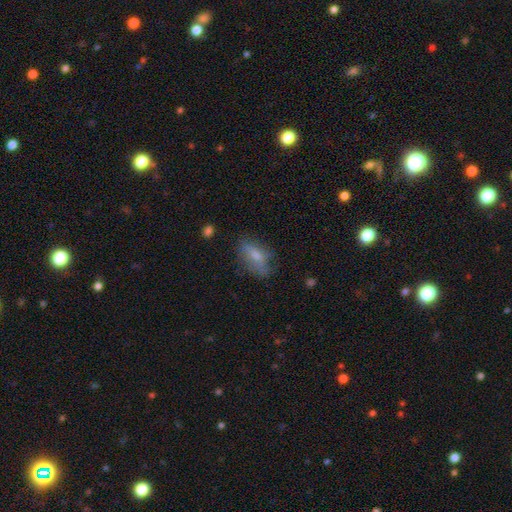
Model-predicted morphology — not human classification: Smooth or featured? smooth (63%)
How rounded? in between (82%)
Merging? none (58%)